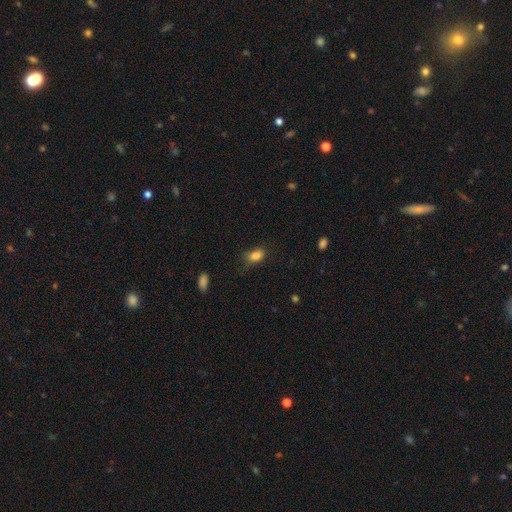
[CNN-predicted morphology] Smooth or featured: smooth — 85% (star or artifact — 10%)
How rounded: in between — 83% (round — 14%)
Merging: none — 66% (minor disturbance — 24%)